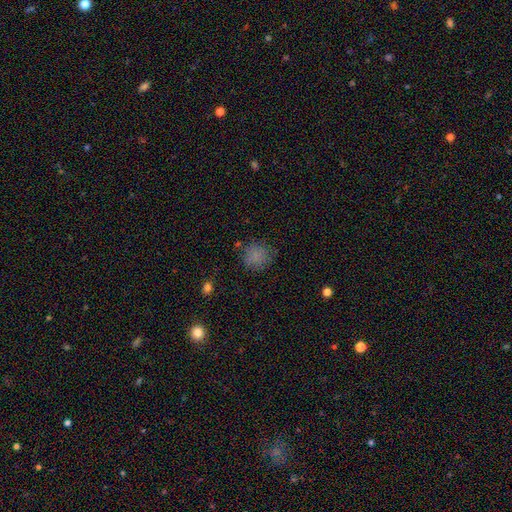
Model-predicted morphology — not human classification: smooth_or_featured: smooth (p=0.78) [alt: star or artifact p=0.14]
how_rounded: round (p=0.85) [alt: in between p=0.14]
merging: none (p=0.75) [alt: minor disturbance p=0.16]